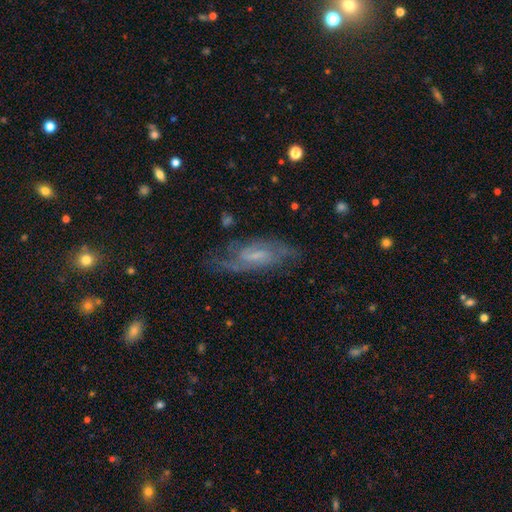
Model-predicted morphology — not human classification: A featured or disk galaxy (78%) with a weak bar (52%), 2 (67%) medium (49%) spiral arms (93%) and a small central bulge (48%).

Vote fractions:
- Smooth or featured? featured or disk: 78% / smooth: 15% / star or artifact: 7%
- Edge-on disk? no: 90% / yes: 10%
- Bar? weak: 52% / no: 30% / strong: 17%
- Spiral arms? yes: 93% / no: 7%
- Spiral winding? medium: 49% / tight: 31% / loose: 21%
- Spiral arm count? 2: 67% / can't tell: 18% / 3: 6% / 1: 4% / 4: 2% / more than 4: 2%
- Bulge size? small: 48% / moderate: 25% / none: 23% / large: 3% / dominant: 1%
- Merging? none: 69% / minor disturbance: 19% / major disturbance: 11% / merger: 2%